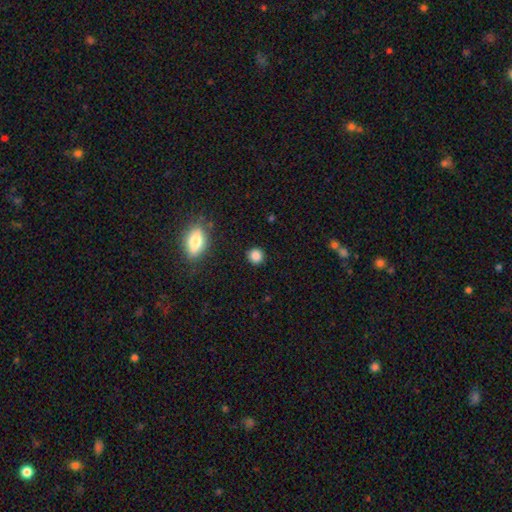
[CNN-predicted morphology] A smooth galaxy with no disk features (85%) that is round (87%).

Vote fractions:
- Smooth or featured? smooth: 85% / star or artifact: 11% / featured or disk: 4%
- How rounded? round: 87% / in between: 12% / cigar-shaped: 1%
- Merging? none: 88% / minor disturbance: 8% / major disturbance: 3% / merger: 2%